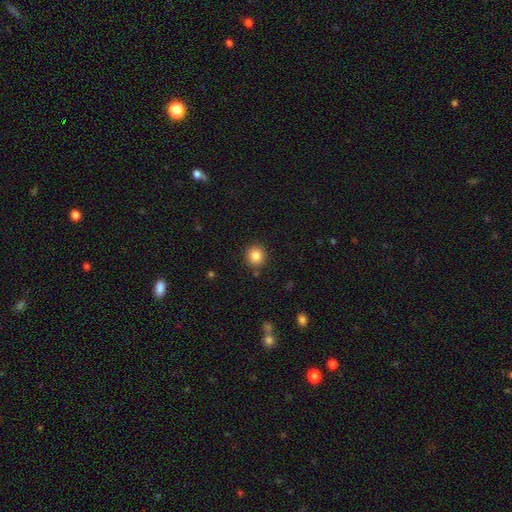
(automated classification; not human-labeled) Smooth or featured? Predicted: smooth (p=0.85). How rounded? Predicted: round (p=0.90). Merging? Predicted: none (p=0.88).